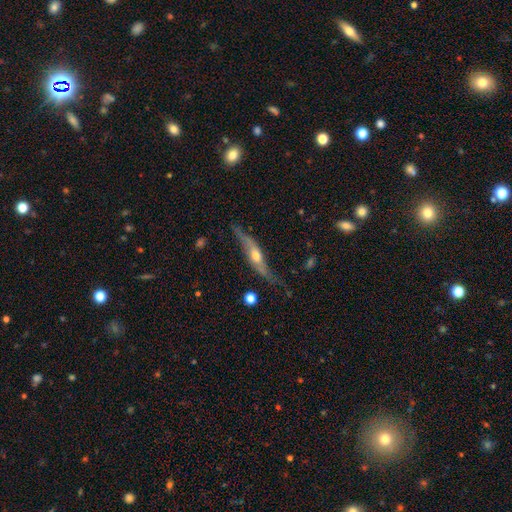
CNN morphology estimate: A featured or disk galaxy (68%) viewed edge-on (73%). Merging: none (63%).